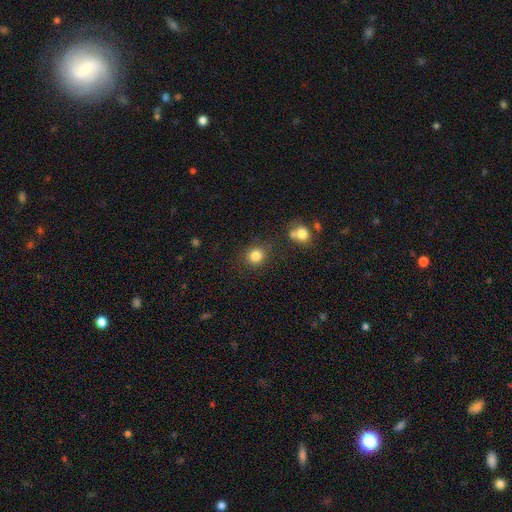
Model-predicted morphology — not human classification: Smooth or featured? Predicted: smooth (p=0.83). How rounded? Predicted: round (p=0.84). Merging? Predicted: none (p=0.83).